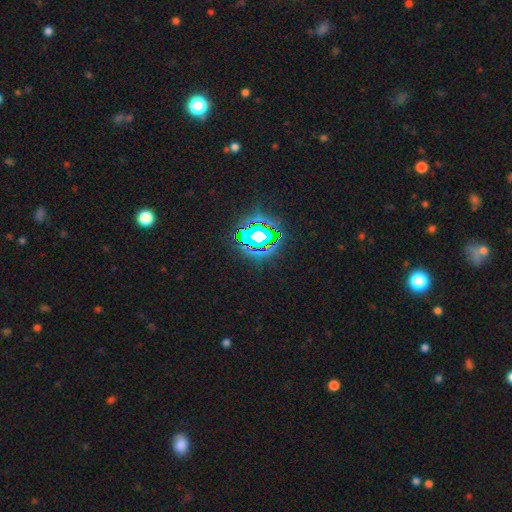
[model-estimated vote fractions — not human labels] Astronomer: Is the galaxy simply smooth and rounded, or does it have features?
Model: star or artifact — 82%.